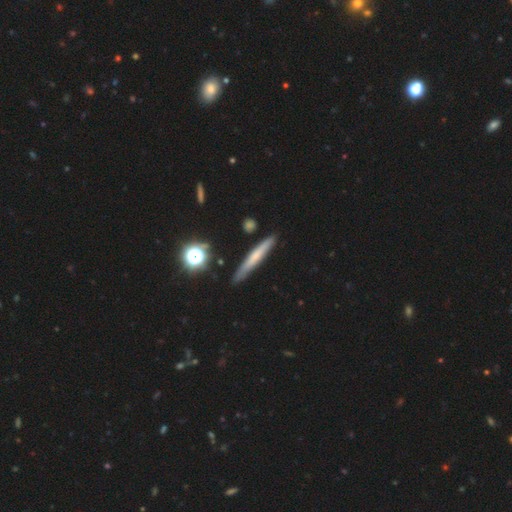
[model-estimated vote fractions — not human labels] Overall: smooth (54%; featured or disk 36%). How rounded: cigar-shaped (93%). Merging: none (85%).